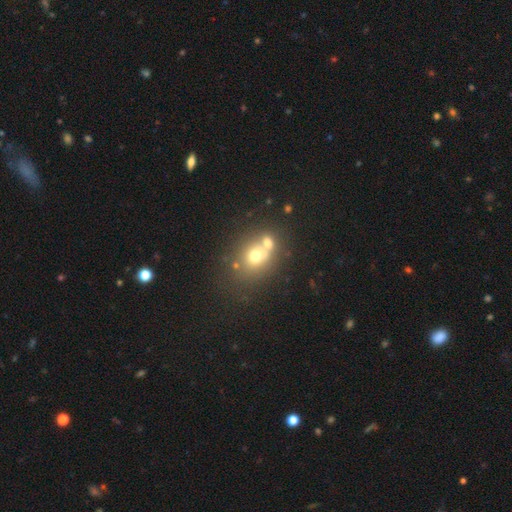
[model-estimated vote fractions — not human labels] Smooth or featured?
  - smooth: 63% *
  - featured or disk: 22%
  - star or artifact: 15%
How rounded?
  - round: 61% *
  - in between: 38%
  - cigar-shaped: 1%
Merging?
  - merger: 44% *
  - none: 41%
  - minor disturbance: 10%
  - major disturbance: 5%